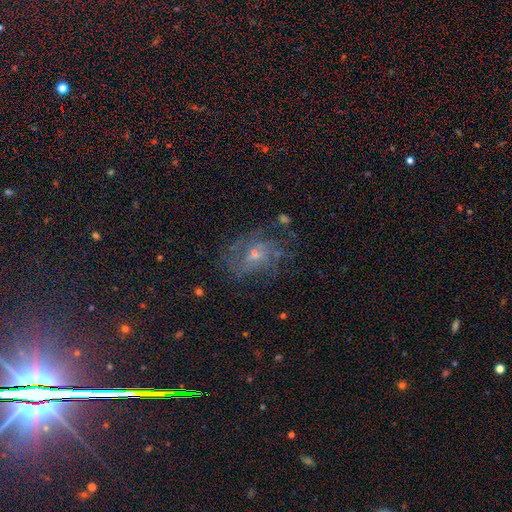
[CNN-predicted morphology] featured or disk 59%, smooth 21%, star or artifact 20%. Down the decision tree: edge-on disk — no (96%); bar — no (73%); spiral arms — yes (74%); bulge size — small (59%); merging — none (64%).